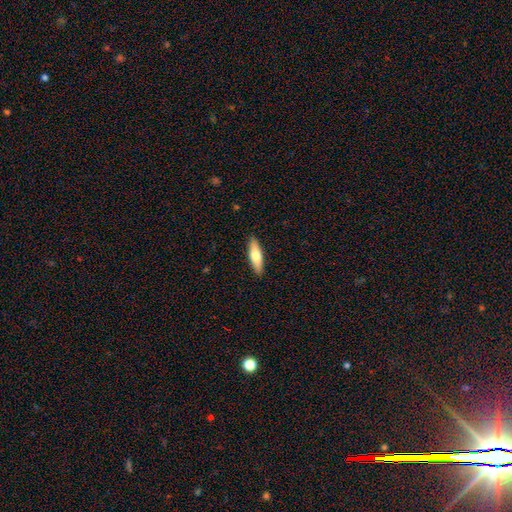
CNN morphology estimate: smooth 66%, featured or disk 28%, star or artifact 5%. Down the decision tree: how rounded — cigar-shaped (59%); merging — none (90%).